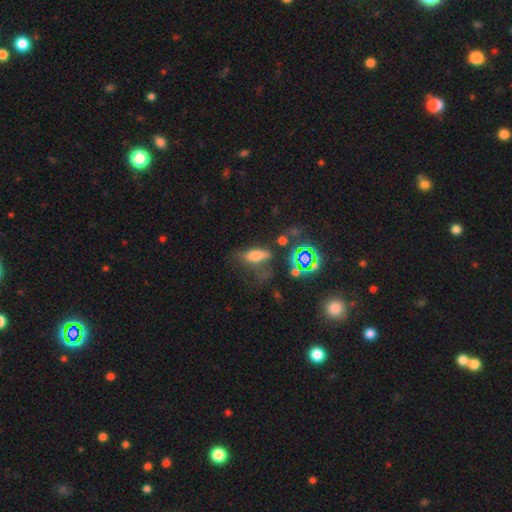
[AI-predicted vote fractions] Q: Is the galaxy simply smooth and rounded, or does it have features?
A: smooth — 62%.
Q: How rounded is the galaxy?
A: in between — 66%.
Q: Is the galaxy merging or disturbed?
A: none — 40%.